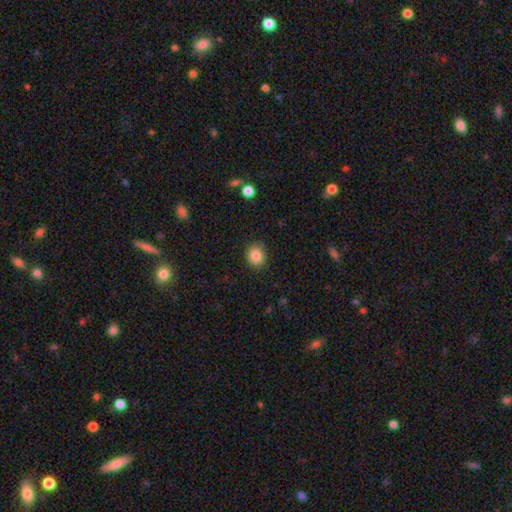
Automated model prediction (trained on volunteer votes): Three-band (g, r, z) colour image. It shows a smooth galaxy with no disk features (85%) that is round (66%). Merging: none (86%).